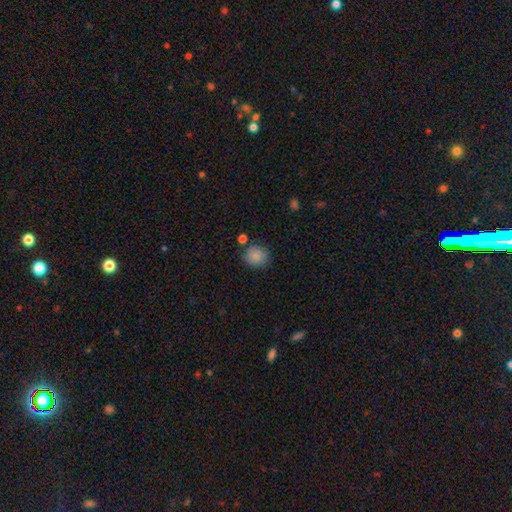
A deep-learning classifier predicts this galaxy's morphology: A smooth galaxy with no disk features (86%) that is round (86%). Merging: none (79%).